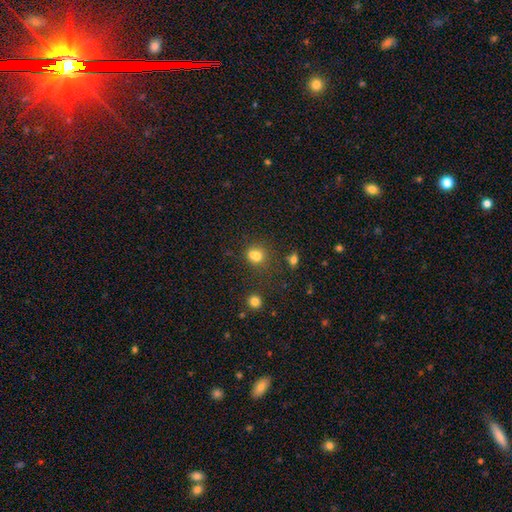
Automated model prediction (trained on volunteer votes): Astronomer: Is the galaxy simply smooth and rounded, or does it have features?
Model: smooth — 75%.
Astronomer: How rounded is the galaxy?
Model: round — 70%.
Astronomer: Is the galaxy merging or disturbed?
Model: none — 46% (runner-up: merger, 36%).